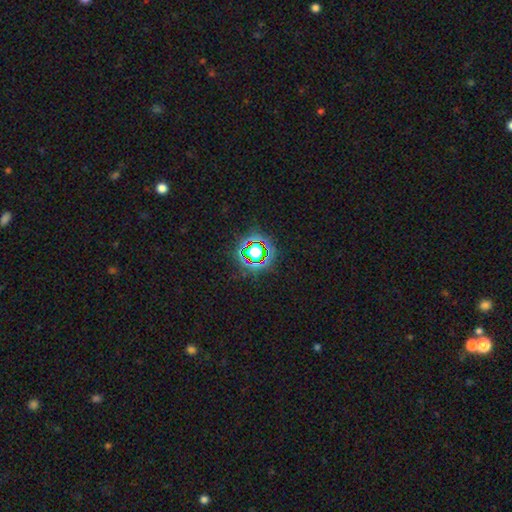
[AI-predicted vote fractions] A star or artifact, not a galaxy (77%).

Vote fractions:
- Smooth or featured? star or artifact: 77% / smooth: 14% / featured or disk: 9%